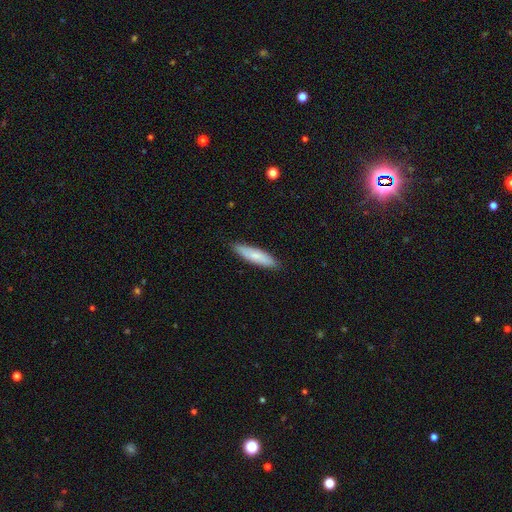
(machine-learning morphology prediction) A smooth galaxy with no disk features (74%) that is cigar-shaped (74%).

Vote fractions:
- Smooth or featured? smooth: 74% / featured or disk: 20% / star or artifact: 6%
- How rounded? cigar-shaped: 74% / in between: 25% / round: 1%
- Merging? none: 88% / minor disturbance: 9% / major disturbance: 2% / merger: 1%